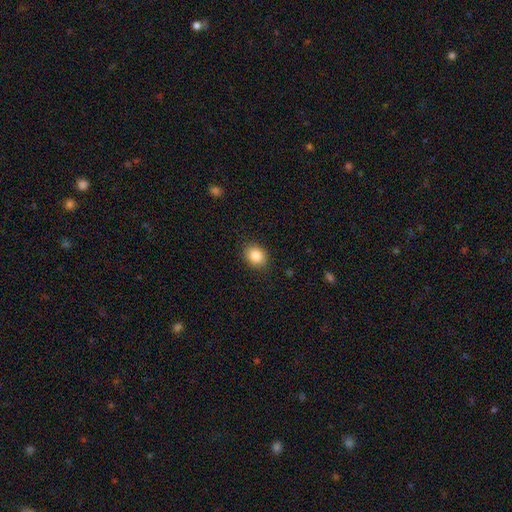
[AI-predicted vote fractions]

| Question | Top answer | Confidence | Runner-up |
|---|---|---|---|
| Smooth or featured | smooth | 86% | star or artifact (9%) |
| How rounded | in between | 51% | round (48%) |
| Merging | none | 87% | minor disturbance (9%) |